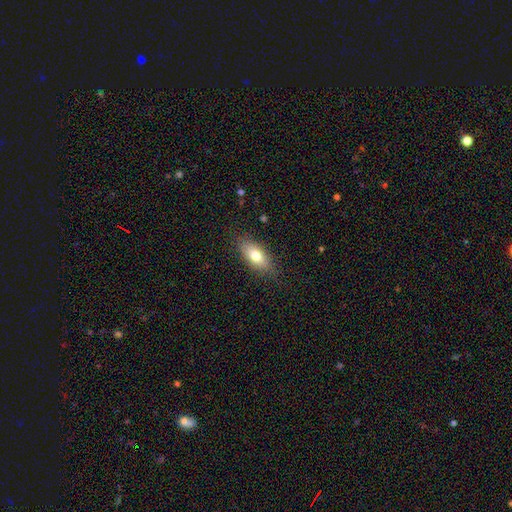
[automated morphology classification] This is likely a smooth galaxy (74%). How rounded: clearly in between (81%). Merging: clearly none (83%).